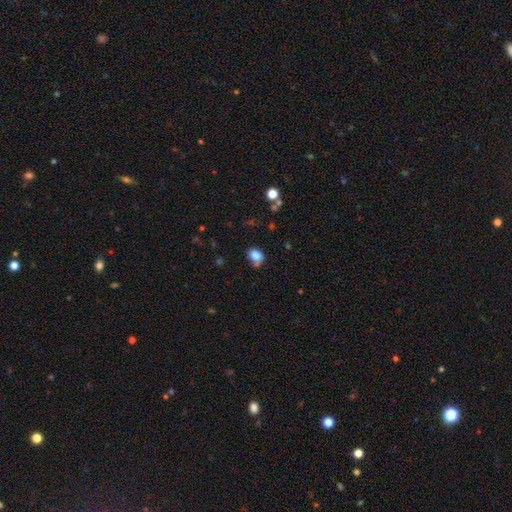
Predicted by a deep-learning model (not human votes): Smooth or featured?
  - smooth: 83% *
  - star or artifact: 11%
  - featured or disk: 6%
How rounded?
  - in between: 61% *
  - round: 38%
  - cigar-shaped: 1%
Merging?
  - none: 66% *
  - minor disturbance: 20%
  - merger: 9%
  - major disturbance: 5%